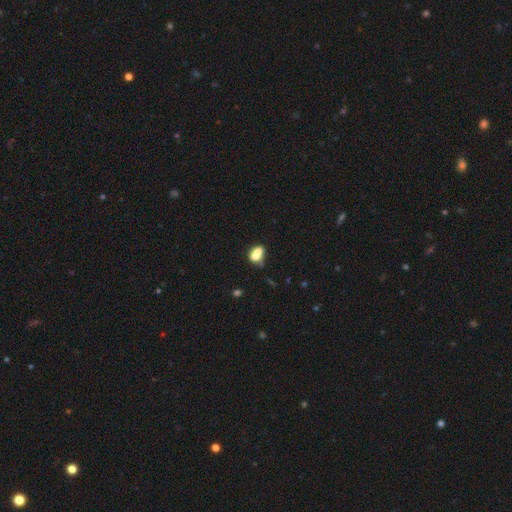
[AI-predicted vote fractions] A smooth galaxy with no disk features (72%) that is in between round and cigar-shaped (74%).

Vote fractions:
- Smooth or featured? smooth: 72% / featured or disk: 17% / star or artifact: 11%
- How rounded? in between: 74% / round: 23% / cigar-shaped: 4%
- Merging? merger: 36% / none: 32% / minor disturbance: 20% / major disturbance: 12%